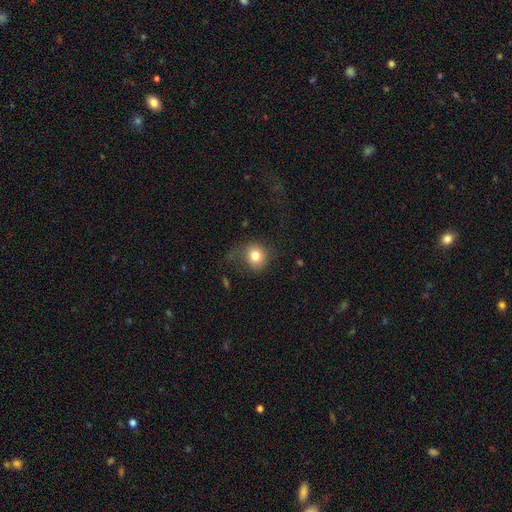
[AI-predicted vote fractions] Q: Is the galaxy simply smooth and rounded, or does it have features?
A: smooth — 78%.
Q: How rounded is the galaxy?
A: round — 78%.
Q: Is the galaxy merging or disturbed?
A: none — 59%.